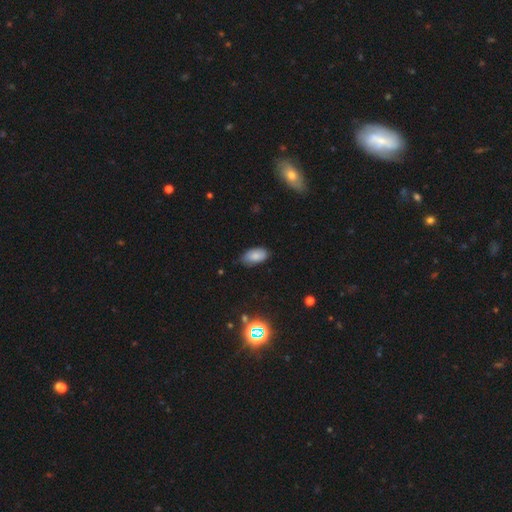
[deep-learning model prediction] This is clearly a smooth galaxy (81%). How rounded: clearly in between (94%). Merging: likely none (72%).